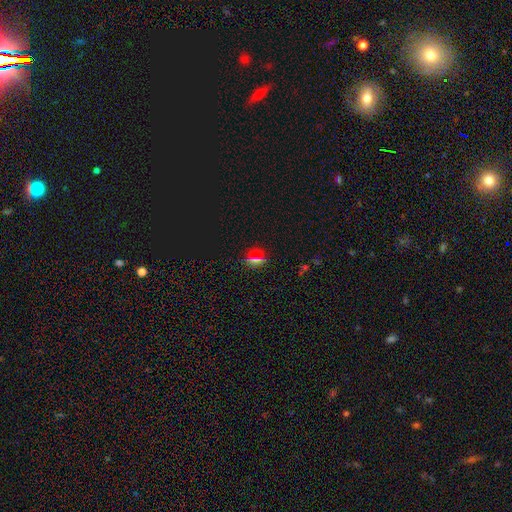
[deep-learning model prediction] Overall: smooth (53%; star or artifact 37%). How rounded: in between (43%; round 42%). Merging: none (81%).